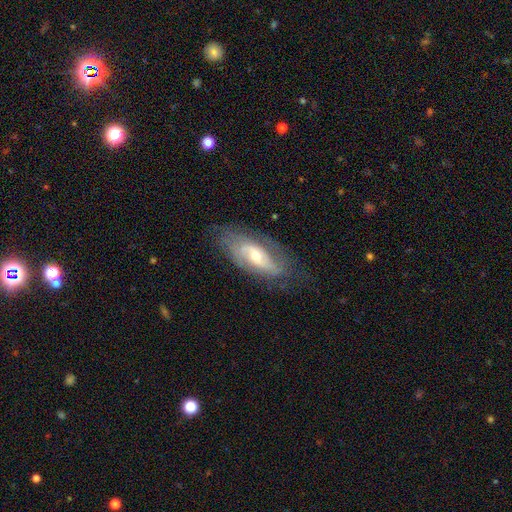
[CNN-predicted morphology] Smooth or featured? Predicted: featured or disk (p=0.73). Edge-on disk? Predicted: no (p=0.89). Bar? Predicted: no (p=0.49). Spiral arms? Predicted: yes (p=0.85). Spiral winding? Predicted: medium (p=0.40). Spiral arm count? Predicted: 2 (p=0.58). Bulge size? Predicted: moderate (p=0.54). Merging? Predicted: none (p=0.68).